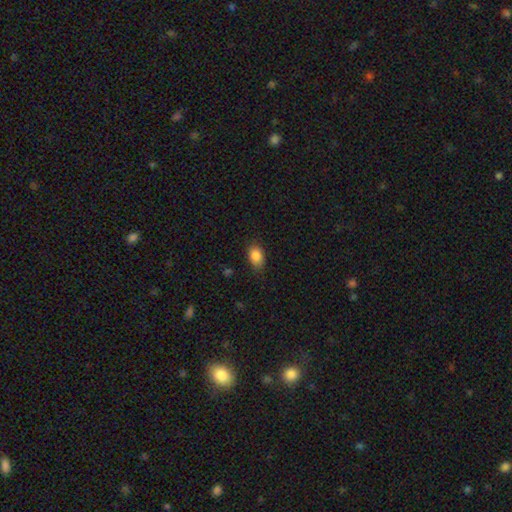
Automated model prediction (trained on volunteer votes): Morphology: type=smooth (86%); roundness=in between (82%); merging=none (79%).